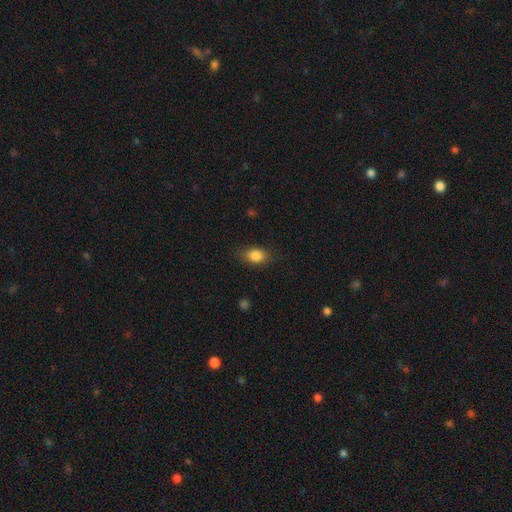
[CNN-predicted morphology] The model was most divided on "how rounded": in between: 78%, round: 20%, cigar-shaped: 3%. More confident: smooth or featured — smooth (85%); merging — none (81%).